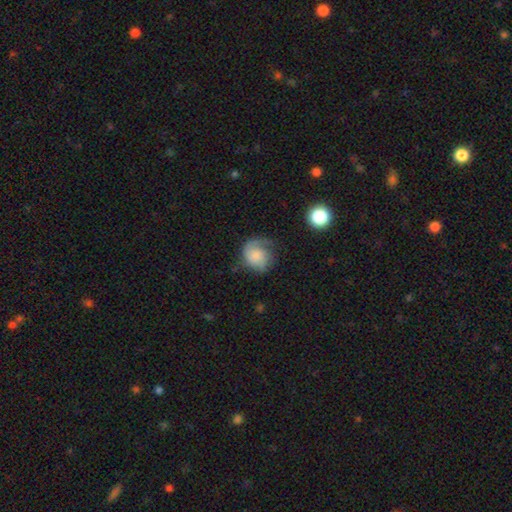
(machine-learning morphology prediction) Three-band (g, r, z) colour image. It shows a featured or disk galaxy (49%). Merging: none (47%).